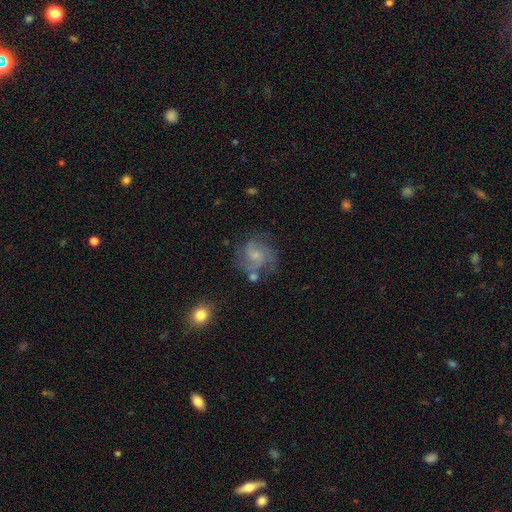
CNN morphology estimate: type=featured or disk (72%); edge-on=no (98%); bar=no (68%); spiral arms=yes (91%); winding=medium (49%); arm count=3 (35%); bulge=small (65%); merging=none (61%).